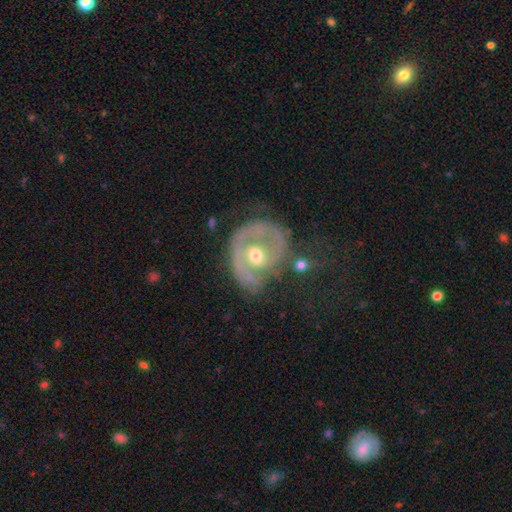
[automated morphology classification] smooth-or-featured: featured or disk: 77% | smooth: 16% | star or artifact: 7%
  disk-edge-on: no: 96% | yes: 4%
    bar: no: 65% | weak: 27% | strong: 8%
    has-spiral-arms: yes: 71% | no: 29%
      spiral-winding: tight: 55% | medium: 31% | loose: 14%
      spiral-arm-count: 1: 33% | 2: 30% | can't tell: 26% | 3: 6% | 4: 2% | more than 4: 2%
    bulge-size: moderate: 73% | small: 20% | large: 4% | none: 1% | dominant: 1%
  merging: none: 48% | minor disturbance: 25% | major disturbance: 21% | merger: 6%